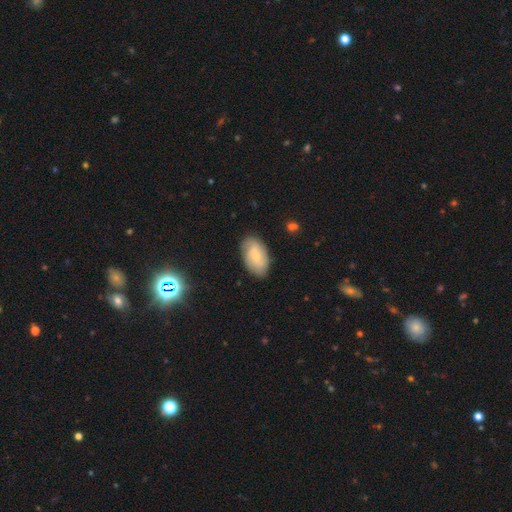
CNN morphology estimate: smooth-or-featured: smooth: 54% | featured or disk: 38% | star or artifact: 7%
  how-rounded: in between: 93% | round: 4% | cigar-shaped: 2%
  merging: none: 80% | minor disturbance: 15% | major disturbance: 3% | merger: 1%